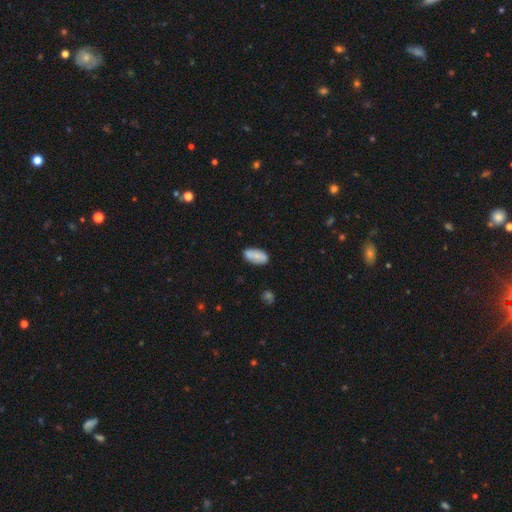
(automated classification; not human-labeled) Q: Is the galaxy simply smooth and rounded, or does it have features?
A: smooth — 72%.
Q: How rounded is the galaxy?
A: in between — 92%.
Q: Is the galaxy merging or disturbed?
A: none — 72%.